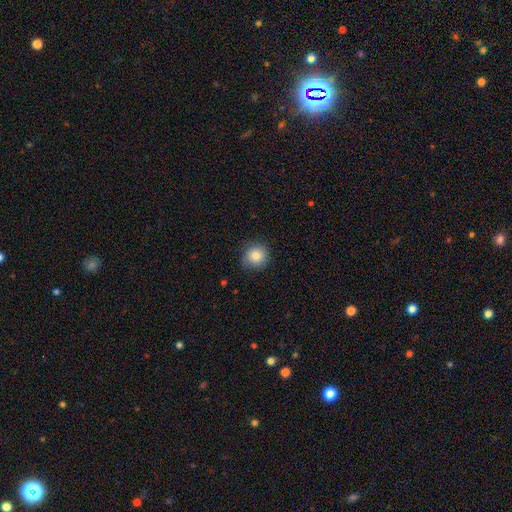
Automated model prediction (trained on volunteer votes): This appears to be a smooth galaxy with no disk features (83%) that is round (87%). Merging: none (80%).